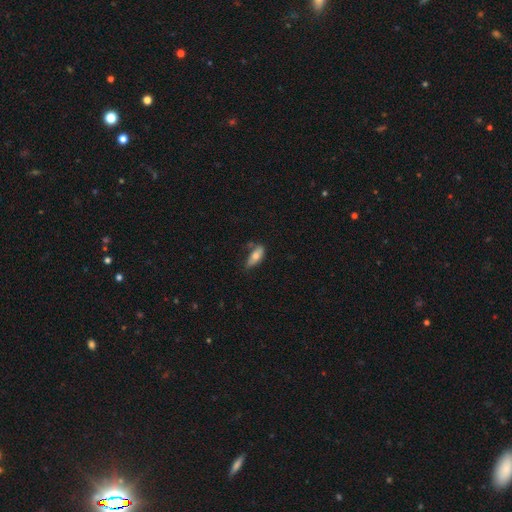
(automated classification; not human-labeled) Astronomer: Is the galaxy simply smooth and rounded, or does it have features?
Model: smooth — 68%.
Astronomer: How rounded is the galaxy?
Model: in between — 76%.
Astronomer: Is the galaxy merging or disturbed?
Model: none — 54% (runner-up: minor disturbance, 31%).